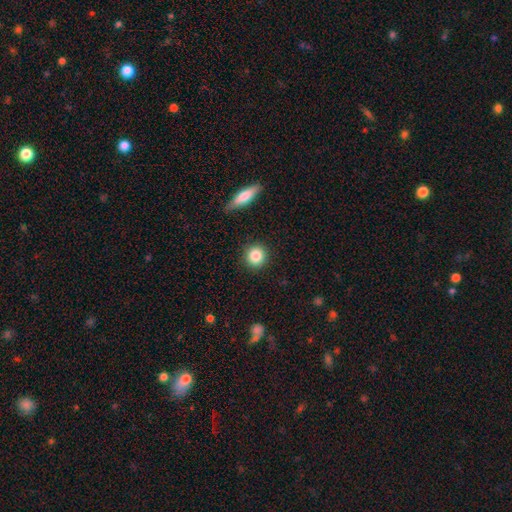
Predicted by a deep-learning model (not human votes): This appears to be a smooth galaxy with no disk features (85%) that is round (91%). Merging: none (90%).